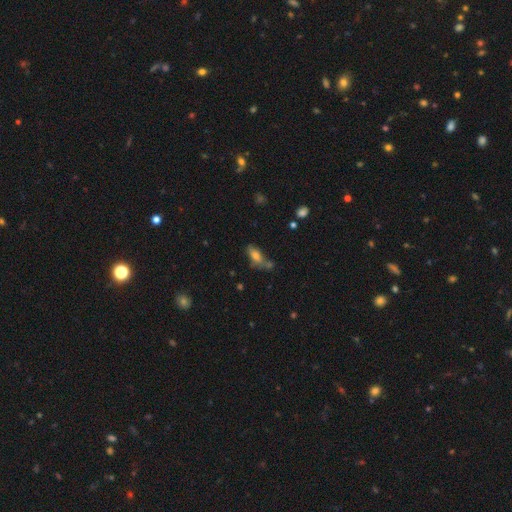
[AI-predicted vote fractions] A smooth galaxy with no disk features (72%) that is in between round and cigar-shaped (80%).

Vote fractions:
- Smooth or featured? smooth: 72% / featured or disk: 17% / star or artifact: 11%
- How rounded? in between: 80% / cigar-shaped: 16% / round: 4%
- Merging? none: 47% / merger: 22% / minor disturbance: 22% / major disturbance: 9%